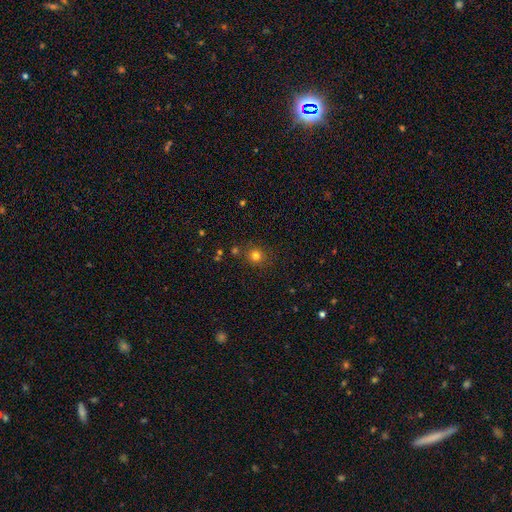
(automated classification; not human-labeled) Smooth or featured? smooth (77%)
How rounded? round (88%)
Merging? none (83%)